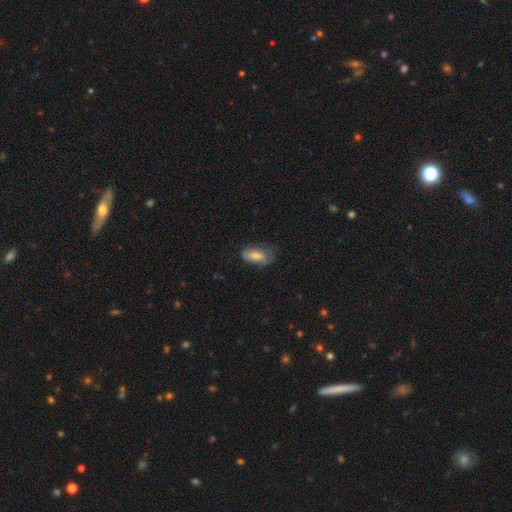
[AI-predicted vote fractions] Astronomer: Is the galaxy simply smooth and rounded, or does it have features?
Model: smooth — 72%.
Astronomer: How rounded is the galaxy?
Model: in between — 87%.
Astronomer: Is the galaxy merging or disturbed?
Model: none — 50% (runner-up: minor disturbance, 31%).